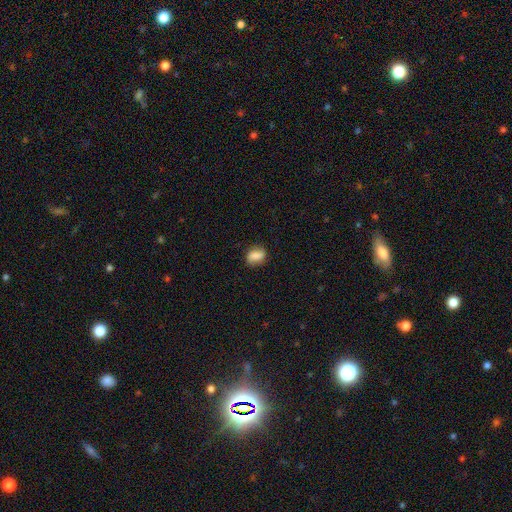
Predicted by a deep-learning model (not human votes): A smooth galaxy with no disk features (76%) that is in between round and cigar-shaped (66%). Merging: none (78%).